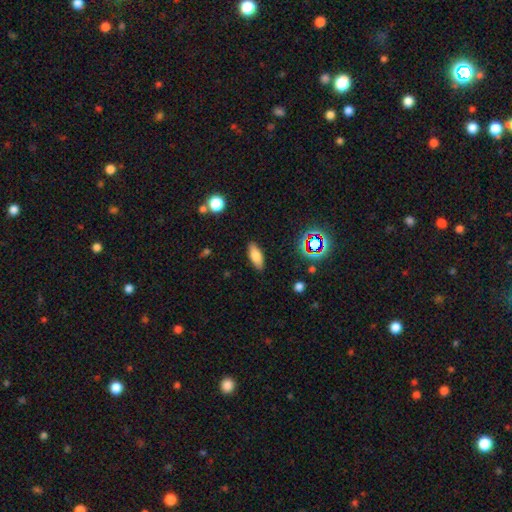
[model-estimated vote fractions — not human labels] Smooth or featured? Predicted: smooth (p=0.75). How rounded? Predicted: in between (p=0.77). Merging? Predicted: none (p=0.87).